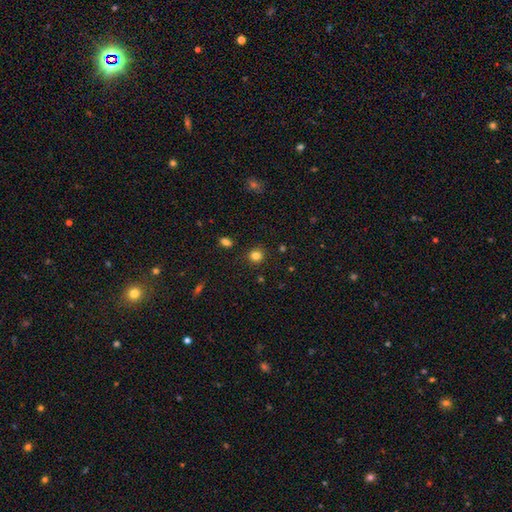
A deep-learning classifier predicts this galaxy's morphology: smooth-or-featured: smooth: 82% | star or artifact: 13% | featured or disk: 5%
  how-rounded: round: 90% | in between: 9% | cigar-shaped: 1%
  merging: none: 87% | minor disturbance: 8% | major disturbance: 2% | merger: 2%